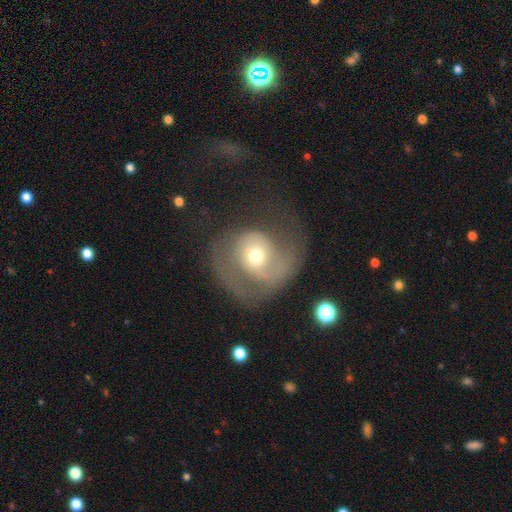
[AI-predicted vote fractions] Smooth or featured?
  - featured or disk: 70% *
  - smooth: 23%
  - star or artifact: 8%
Edge-on disk?
  - no: 97% *
  - yes: 3%
Bar?
  - no: 67% *
  - weak: 26%
  - strong: 7%
Spiral arms?
  - yes: 83% *
  - no: 17%
Spiral winding?
  - medium: 44% *
  - loose: 30%
  - tight: 26%
Spiral arm count?
  - 2: 54% *
  - 1: 27%
  - can't tell: 13%
  - 3: 3%
  - 4: 2%
  - more than 4: 2%
Bulge size?
  - moderate: 57% *
  - small: 35%
  - large: 6%
  - dominant: 1%
  - none: 1%
Merging?
  - major disturbance: 39% * (tied)
  - none: 39% * (tied)
  - minor disturbance: 19%
  - merger: 3%